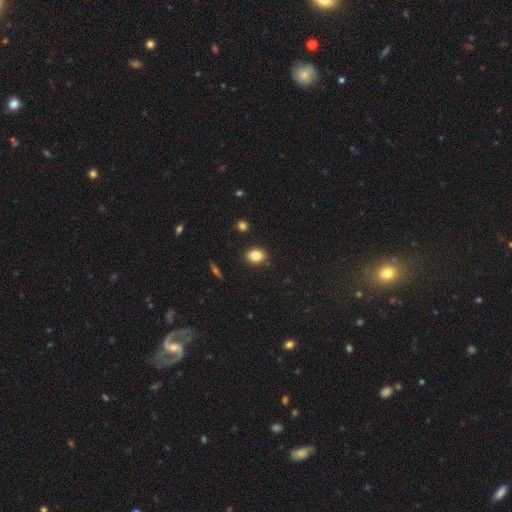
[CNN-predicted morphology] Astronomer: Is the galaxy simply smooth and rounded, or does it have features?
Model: smooth — 84%.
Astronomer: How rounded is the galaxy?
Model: in between — 59% (runner-up: round, 40%).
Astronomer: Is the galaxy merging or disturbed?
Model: none — 87%.